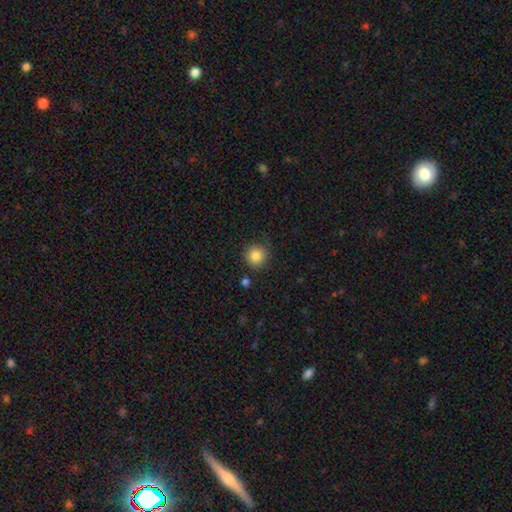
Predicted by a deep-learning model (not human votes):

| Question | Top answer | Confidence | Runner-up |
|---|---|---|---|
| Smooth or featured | smooth | 86% | star or artifact (10%) |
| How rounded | round | 92% | in between (7%) |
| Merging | none | 83% | minor disturbance (11%) |